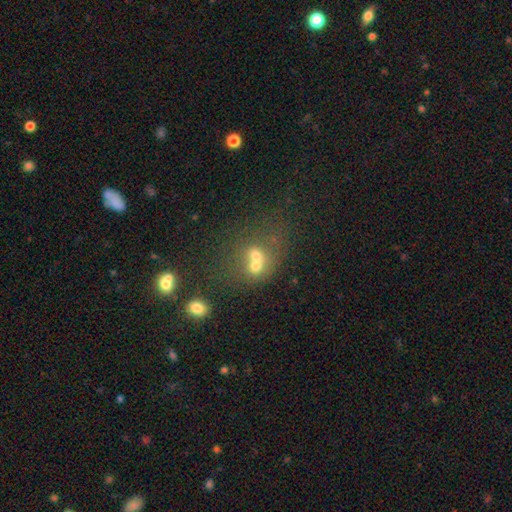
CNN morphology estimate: Smooth or featured? smooth (58%)
How rounded? round (64%)
Merging? merger (64%)